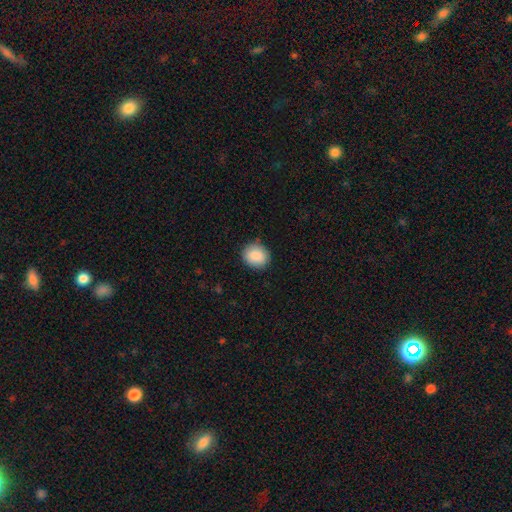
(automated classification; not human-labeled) Smooth or featured? Predicted: smooth (p=0.89). How rounded? Predicted: round (p=0.73). Merging? Predicted: none (p=0.86).